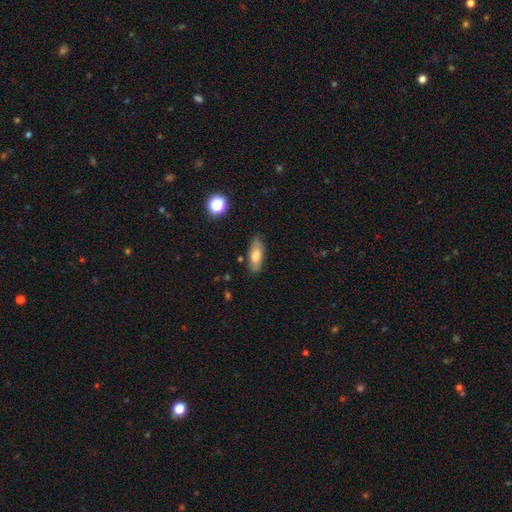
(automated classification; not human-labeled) A smooth galaxy with no disk features (72%) that is in between round and cigar-shaped (74%).

Vote fractions:
- Smooth or featured? smooth: 72% / featured or disk: 21% / star or artifact: 8%
- How rounded? in between: 74% / cigar-shaped: 23% / round: 3%
- Merging? none: 78% / minor disturbance: 17% / major disturbance: 3% / merger: 2%